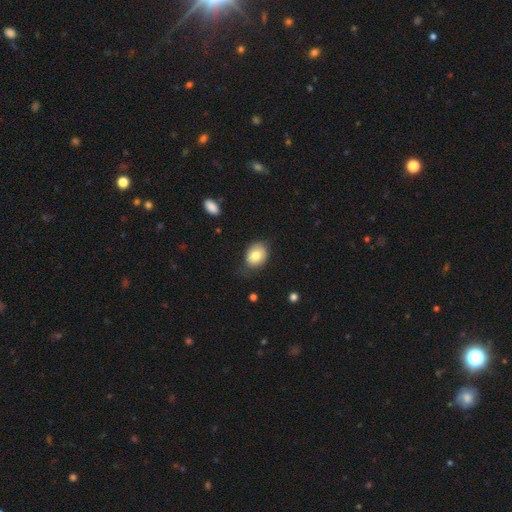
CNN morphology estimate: Q: Smooth or featured?
A: smooth (78%); runner-up: featured or disk (14%)
Q: How rounded?
A: in between (58%); runner-up: round (41%)
Q: Merging?
A: none (69%); runner-up: minor disturbance (23%)